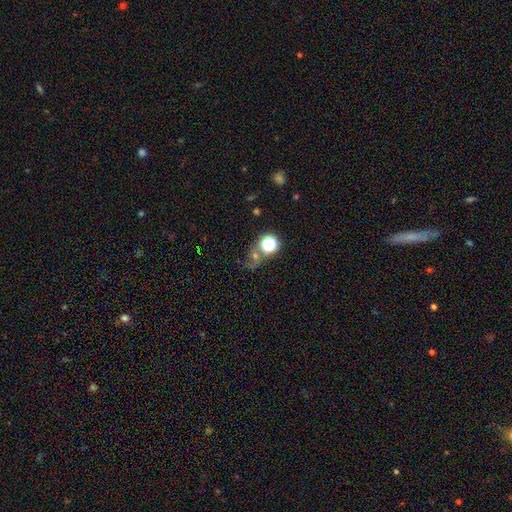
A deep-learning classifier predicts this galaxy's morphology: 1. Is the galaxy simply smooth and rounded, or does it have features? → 49% star or artifact, 32% smooth, 19% featured or disk.